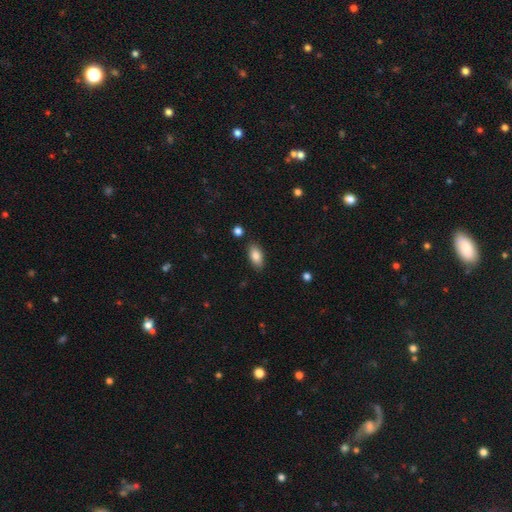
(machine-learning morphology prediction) The model was most divided on "merging": none: 86%, minor disturbance: 10%, major disturbance: 2%, merger: 2%. More confident: how rounded — in between (91%); smooth or featured — smooth (85%).